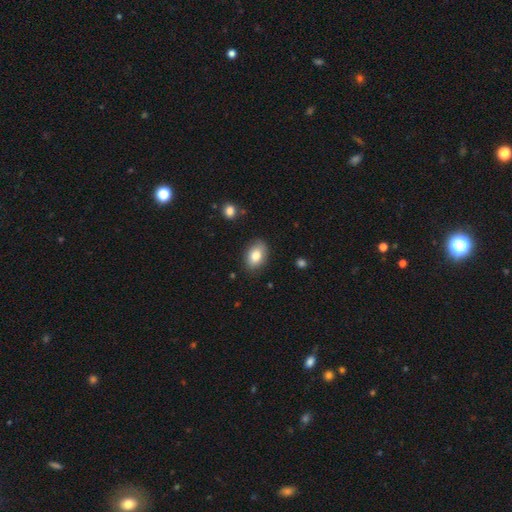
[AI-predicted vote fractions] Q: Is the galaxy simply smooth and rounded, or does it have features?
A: smooth — 81%.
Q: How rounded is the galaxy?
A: in between — 85%.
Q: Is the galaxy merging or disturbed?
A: none — 83%.